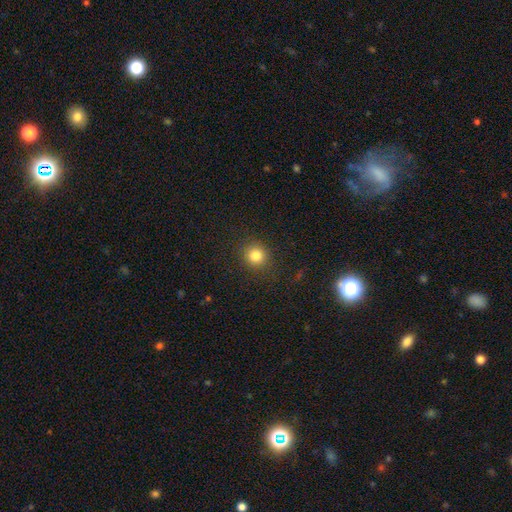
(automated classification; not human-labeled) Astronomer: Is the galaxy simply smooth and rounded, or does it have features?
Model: smooth — 82%.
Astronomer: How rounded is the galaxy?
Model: round — 88%.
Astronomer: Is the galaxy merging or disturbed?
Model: none — 89%.